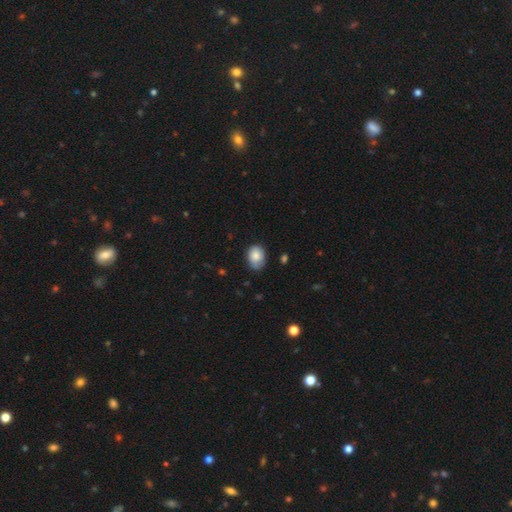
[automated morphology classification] smooth-or-featured: smooth: 81% | featured or disk: 12% | star or artifact: 7%
  how-rounded: in between: 64% | round: 35% | cigar-shaped: 1%
  merging: none: 65% | minor disturbance: 28% | major disturbance: 5% | merger: 2%